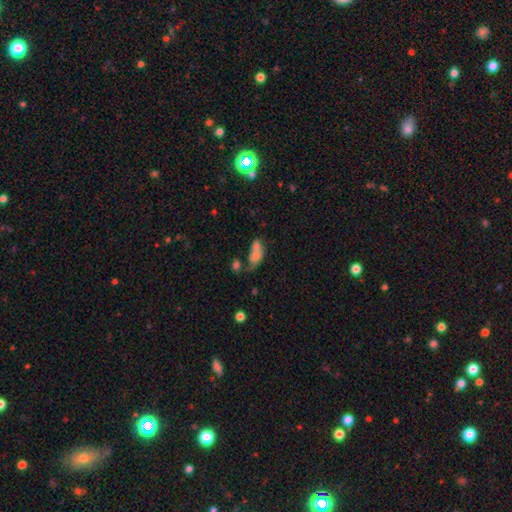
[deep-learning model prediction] Smooth or featured: smooth — 65% (featured or disk — 24%)
How rounded: in between — 82% (round — 9%)
Merging: merger — 47% (none — 23%)